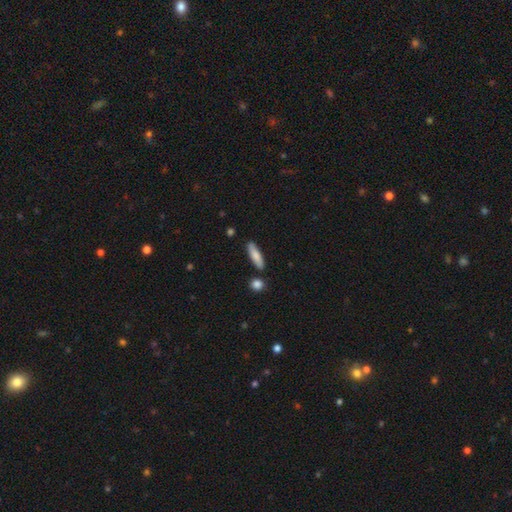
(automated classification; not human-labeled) Smooth or featured: smooth — 80% (featured or disk — 14%)
How rounded: cigar-shaped — 65% (in between — 33%)
Merging: none — 82% (minor disturbance — 11%)